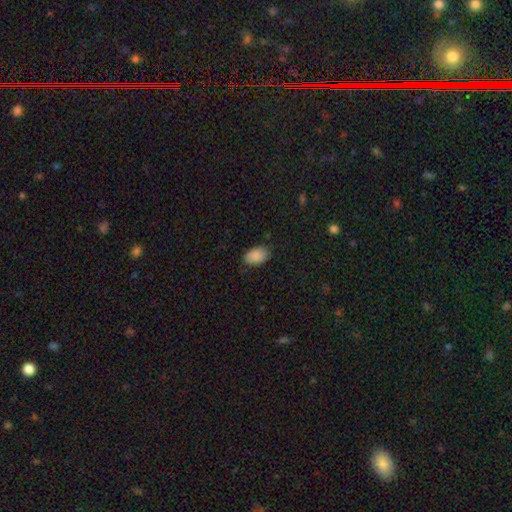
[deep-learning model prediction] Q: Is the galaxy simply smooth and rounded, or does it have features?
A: smooth — 88%.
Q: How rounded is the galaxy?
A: in between — 89%.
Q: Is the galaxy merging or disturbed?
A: none — 78%.